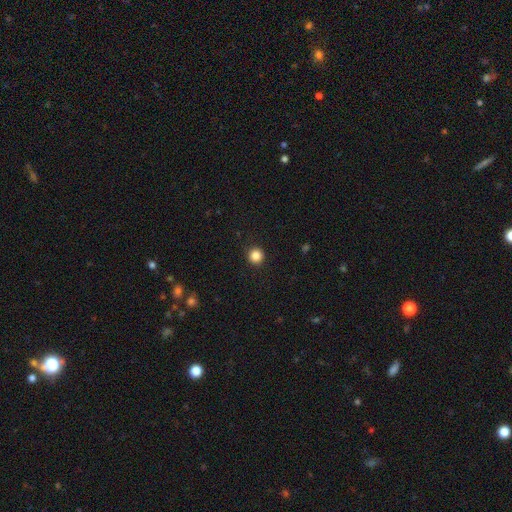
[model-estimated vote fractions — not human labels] smooth 86%, star or artifact 11%, featured or disk 3%. Down the decision tree: how rounded — round (95%); merging — none (93%).